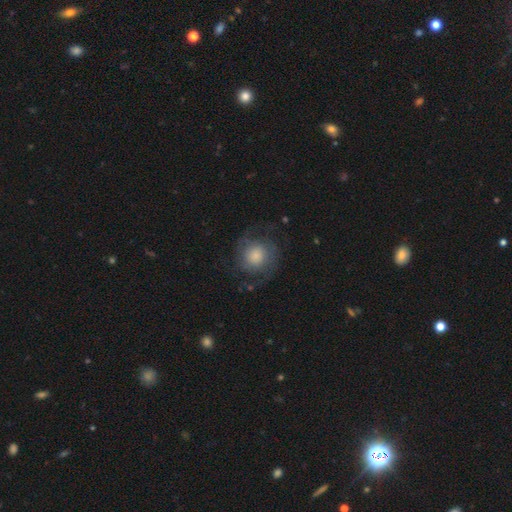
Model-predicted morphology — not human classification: Smooth or featured?
  - smooth: 48% *
  - featured or disk: 43%
  - star or artifact: 8%
Merging?
  - none: 63% *
  - minor disturbance: 18%
  - major disturbance: 17%
  - merger: 1%